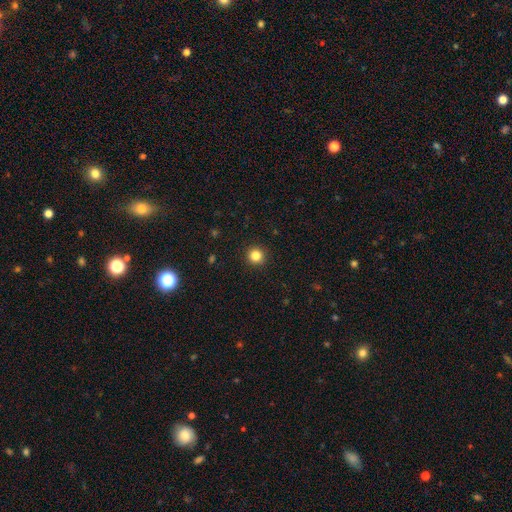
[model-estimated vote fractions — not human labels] Smooth or featured?
  - smooth: 84% *
  - star or artifact: 12%
  - featured or disk: 4%
How rounded?
  - round: 95% *
  - in between: 4%
  - cigar-shaped: 1%
Merging?
  - none: 93% *
  - minor disturbance: 5%
  - major disturbance: 2%
  - merger: 1%